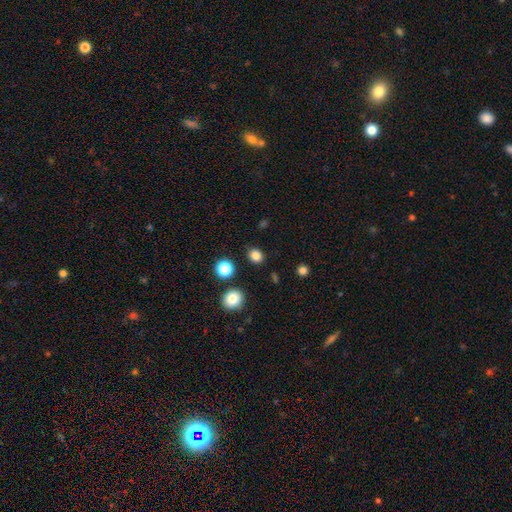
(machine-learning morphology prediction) Q: Smooth or featured?
A: smooth (84%); runner-up: star or artifact (13%)
Q: How rounded?
A: round (66%); runner-up: in between (33%)
Q: Merging?
A: none (87%); runner-up: minor disturbance (8%)